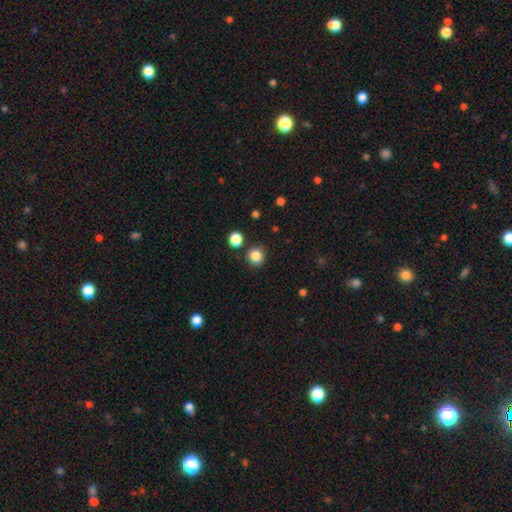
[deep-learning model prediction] Overall: smooth (85%). How rounded: round (92%). Merging: none (86%).